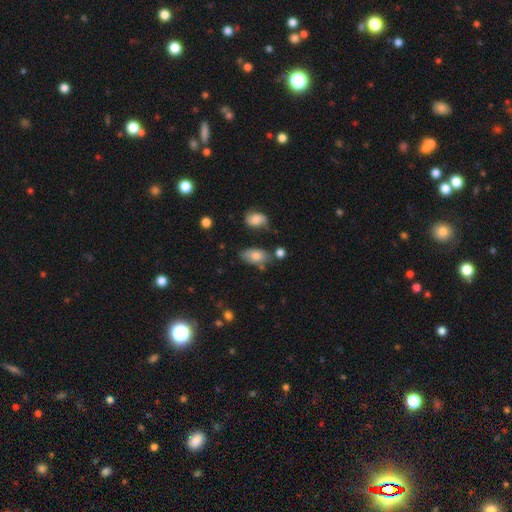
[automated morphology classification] This is likely a smooth galaxy (78%). How rounded: clearly in between (91%). Merging: likely none (60%).